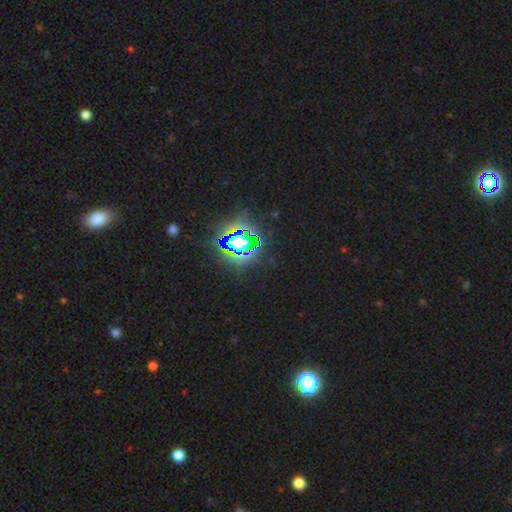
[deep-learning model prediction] Morphology: type=star or artifact (82%).